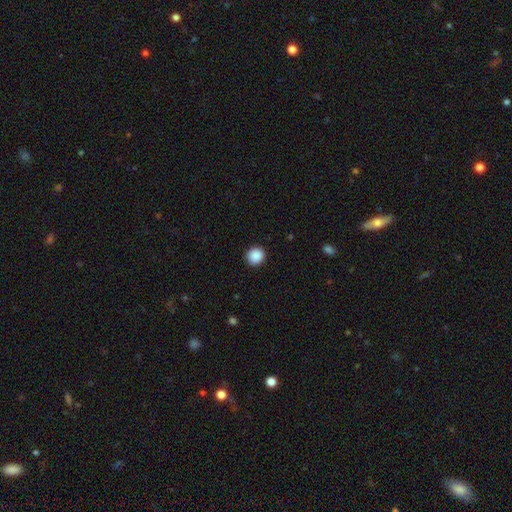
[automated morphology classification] A smooth galaxy with no disk features (89%) that is round (92%).

Vote fractions:
- Smooth or featured? smooth: 89% / star or artifact: 8% / featured or disk: 2%
- How rounded? round: 92% / in between: 8% / cigar-shaped: 1%
- Merging? none: 91% / minor disturbance: 6% / major disturbance: 2% / merger: 1%